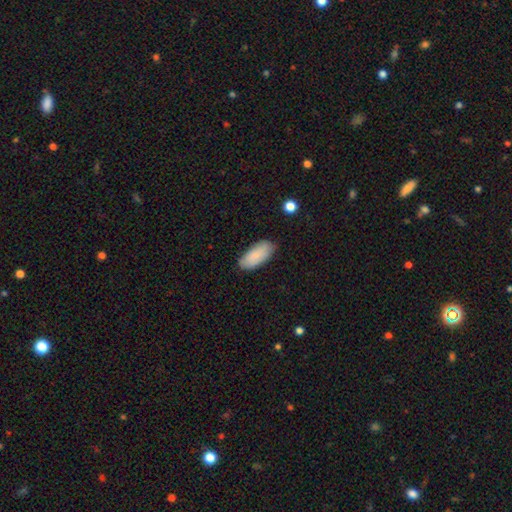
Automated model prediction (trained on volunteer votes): Smooth or featured? Predicted: smooth (p=0.86). How rounded? Predicted: in between (p=0.90). Merging? Predicted: none (p=0.81).